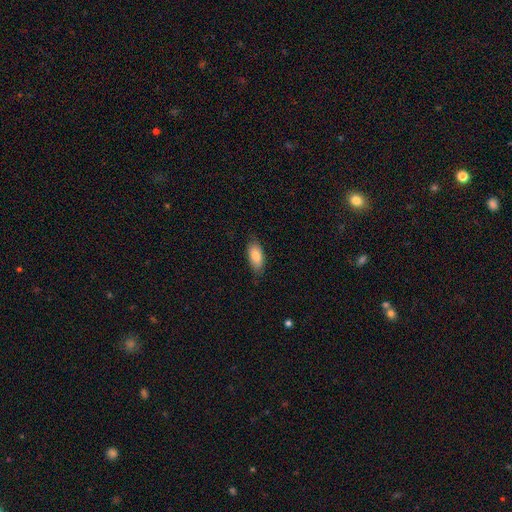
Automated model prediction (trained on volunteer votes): A smooth galaxy with no disk features (82%) that is in between round and cigar-shaped (88%). Merging: none (80%).